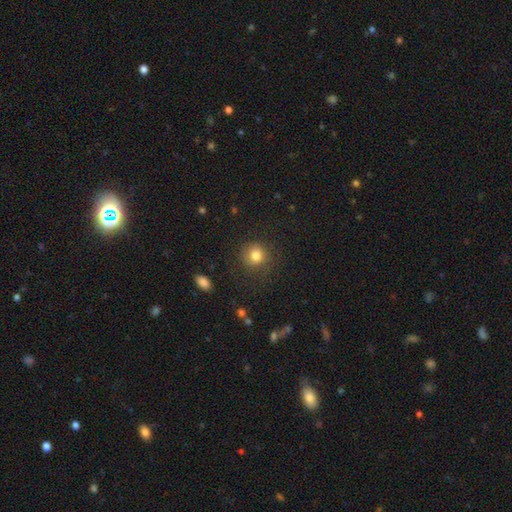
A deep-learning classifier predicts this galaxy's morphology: Q: Smooth or featured?
A: smooth (82%); runner-up: star or artifact (11%)
Q: How rounded?
A: round (89%); runner-up: in between (10%)
Q: Merging?
A: none (82%); runner-up: minor disturbance (11%)